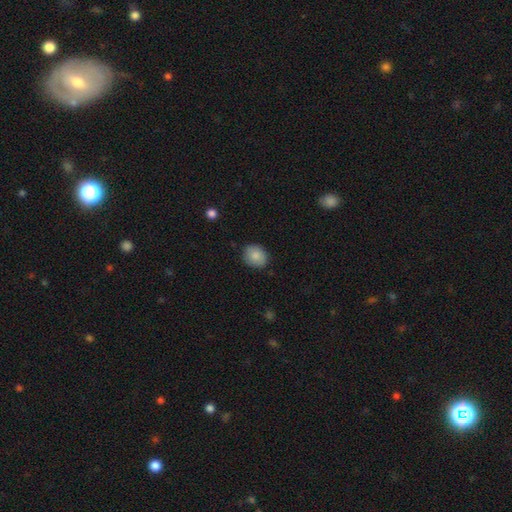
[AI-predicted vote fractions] This appears to be a smooth galaxy with no disk features (85%) that is round (61%). Merging: none (84%).